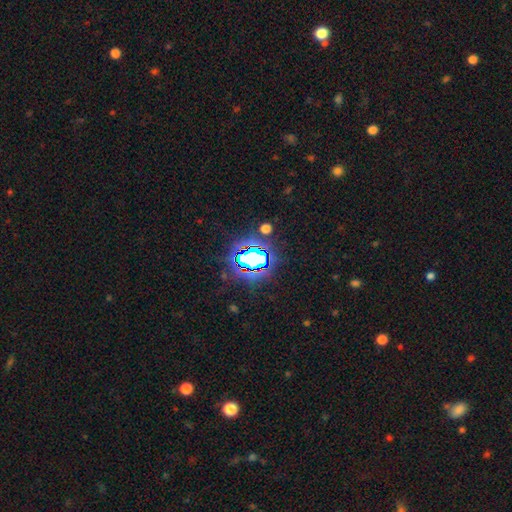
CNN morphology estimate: A star or artifact, not a galaxy (79%).

Vote fractions:
- Smooth or featured? star or artifact: 79% / smooth: 13% / featured or disk: 8%